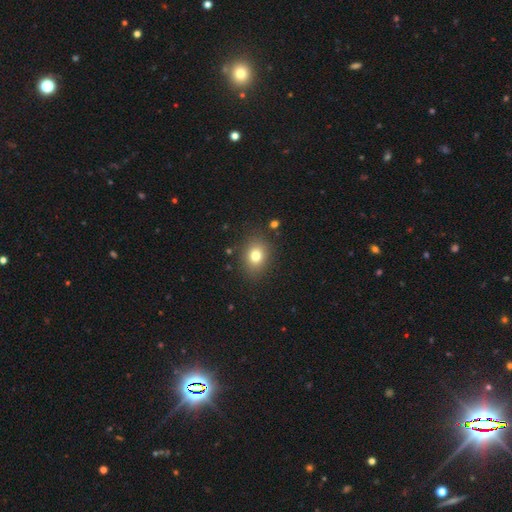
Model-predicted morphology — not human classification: Smooth or featured? Predicted: smooth (p=0.77). How rounded? Predicted: in between (p=0.51). Merging? Predicted: none (p=0.85).